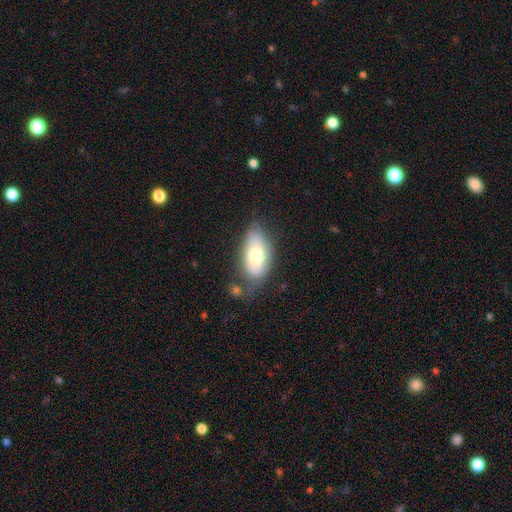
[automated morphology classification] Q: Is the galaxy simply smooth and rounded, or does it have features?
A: smooth — 60%.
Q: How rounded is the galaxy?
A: in between — 92%.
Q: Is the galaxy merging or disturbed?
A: none — 62%.